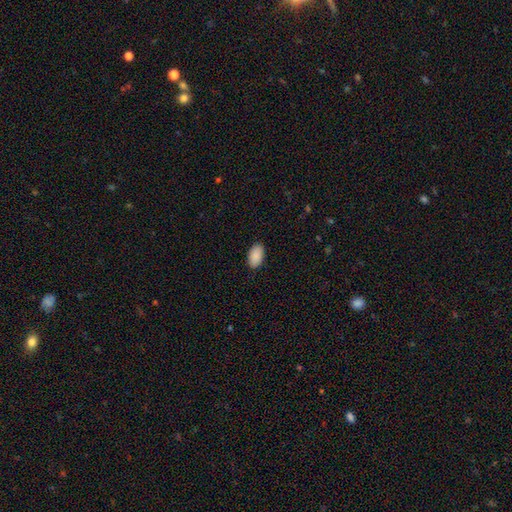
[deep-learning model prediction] smooth_or_featured: smooth (p=0.91) [alt: star or artifact p=0.06]
how_rounded: in between (p=0.95) [alt: round p=0.03]
merging: none (p=0.90) [alt: minor disturbance p=0.07]